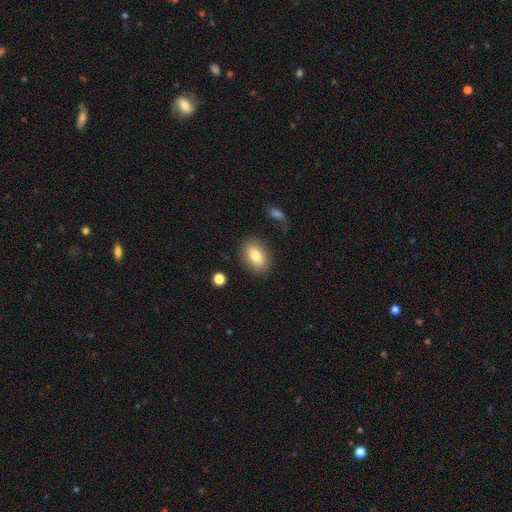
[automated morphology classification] Q: Smooth or featured?
A: smooth (78%); runner-up: featured or disk (14%)
Q: How rounded?
A: in between (86%); runner-up: round (11%)
Q: Merging?
A: none (81%); runner-up: minor disturbance (12%)